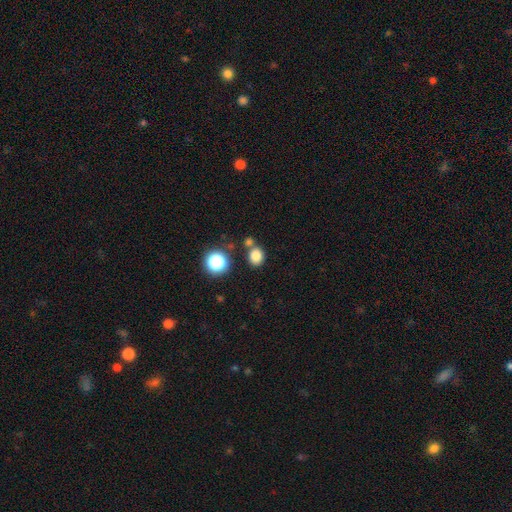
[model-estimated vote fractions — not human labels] A smooth galaxy with no disk features (81%) that is round (64%). Merging: none (71%).